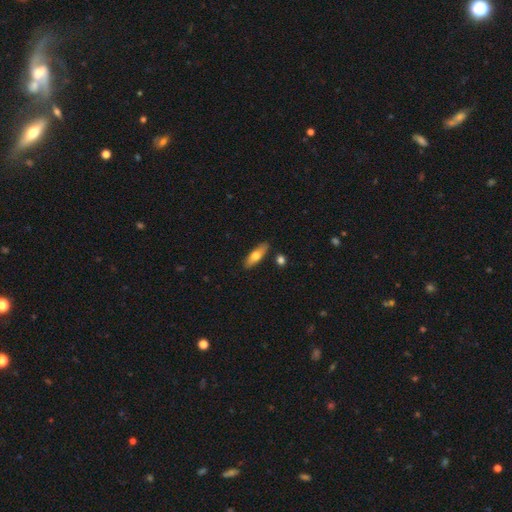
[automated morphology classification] Smooth or featured? Predicted: smooth (p=0.64). How rounded? Predicted: in between (p=0.52). Merging? Predicted: none (p=0.85).